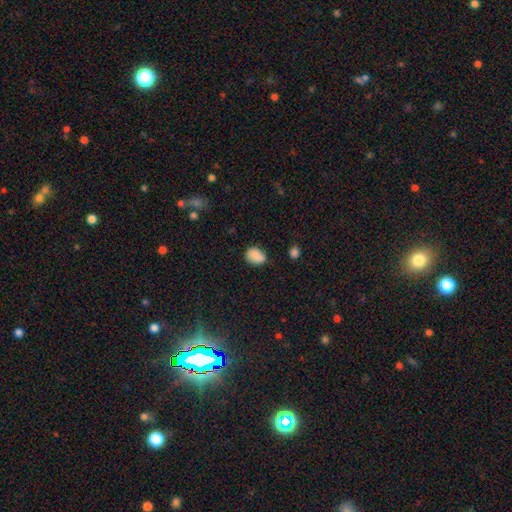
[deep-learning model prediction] Smooth or featured? Predicted: smooth (p=0.86). How rounded? Predicted: in between (p=0.72). Merging? Predicted: none (p=0.71).